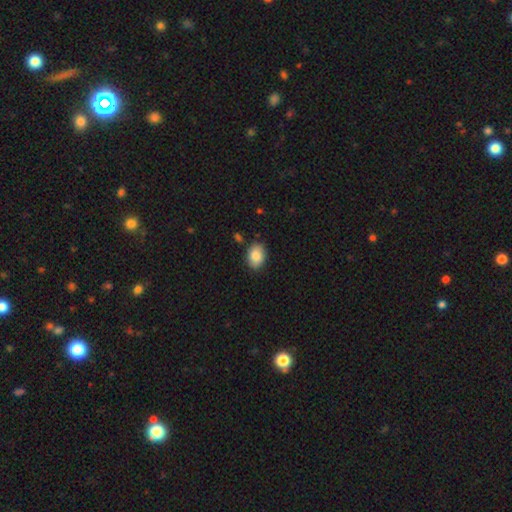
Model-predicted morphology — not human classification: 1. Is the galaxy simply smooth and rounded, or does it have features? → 86% smooth, 7% star or artifact, 7% featured or disk.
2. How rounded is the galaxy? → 75% in between, 24% round, 1% cigar-shaped.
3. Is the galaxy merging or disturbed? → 84% none, 12% minor disturbance, 2% major disturbance, 2% merger.